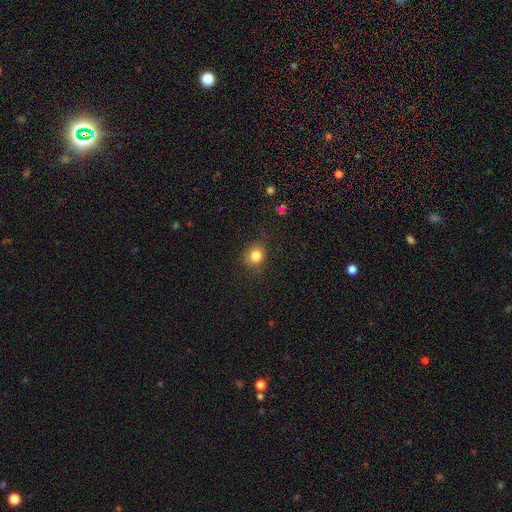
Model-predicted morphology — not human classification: smooth_or_featured: smooth (p=0.82) [alt: star or artifact p=0.12]
how_rounded: round (p=0.78) [alt: in between p=0.21]
merging: none (p=0.78) [alt: minor disturbance p=0.16]